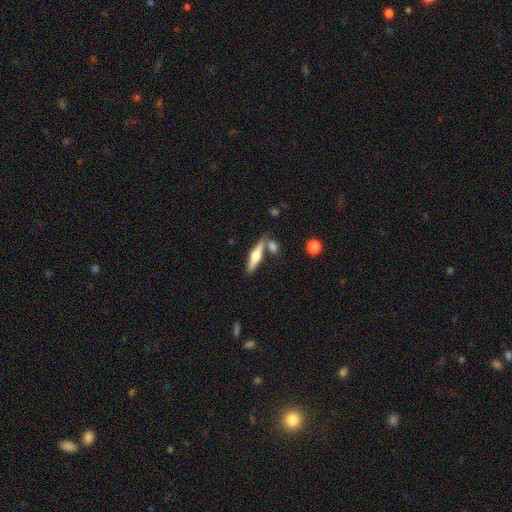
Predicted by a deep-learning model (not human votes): Overall: featured or disk (54%; smooth 40%). Edge-on disk: yes (95%). Edge-on bulge: rounded (92%). Merging: none (70%).